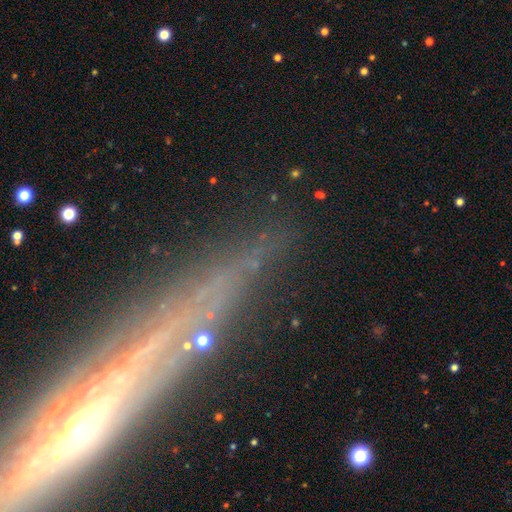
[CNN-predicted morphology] smooth_or_featured: featured or disk (p=0.50) [alt: star or artifact p=0.31]
disk_edge_on: yes (p=0.74) [alt: no p=0.26]
merging: none (p=0.77) [alt: minor disturbance p=0.13]